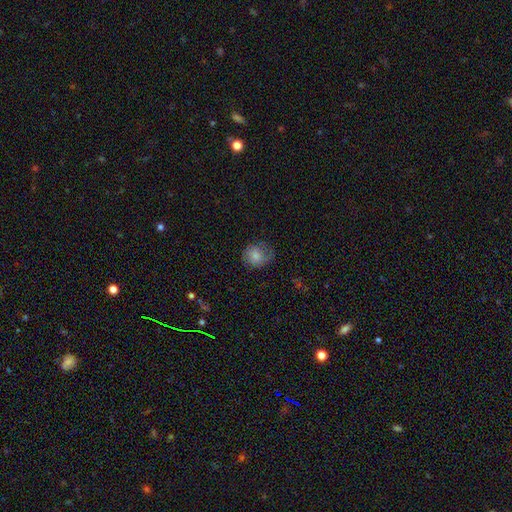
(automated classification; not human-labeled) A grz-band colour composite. It shows a smooth galaxy with no disk features (67%) that is round (75%). Merging: none (63%).